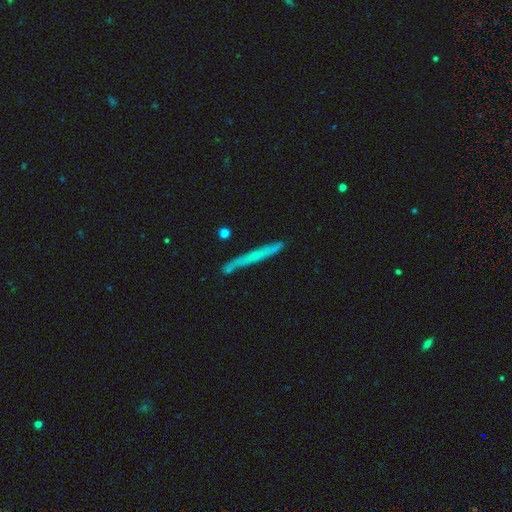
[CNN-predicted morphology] Q: Smooth or featured?
A: featured or disk (58%); runner-up: smooth (35%)
Q: Edge-on disk?
A: yes (93%); runner-up: no (7%)
Q: Edge-on bulge?
A: none (64%); runner-up: rounded (31%)
Q: Merging?
A: none (83%); runner-up: minor disturbance (12%)